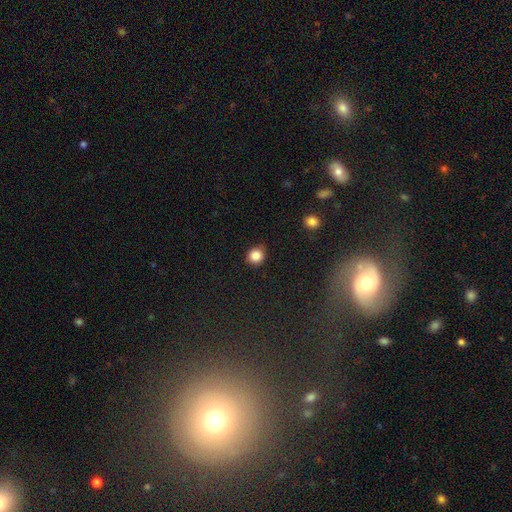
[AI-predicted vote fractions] This appears to be a smooth galaxy with no disk features (86%) that is round (83%). Merging: none (81%).